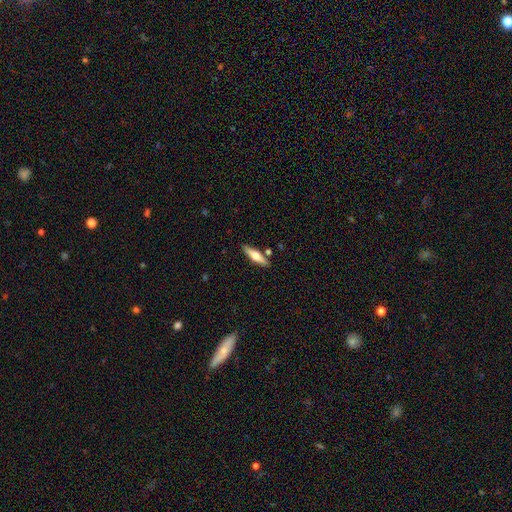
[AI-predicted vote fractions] smooth_or_featured: featured or disk (p=0.47) [tied with: smooth p=0.47]
merging: none (p=0.84) [alt: minor disturbance p=0.09]